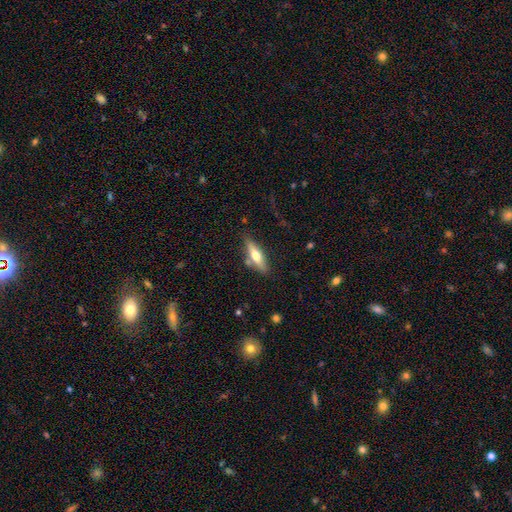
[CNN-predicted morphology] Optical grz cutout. It shows a smooth galaxy with no disk features (49%). Merging: none (77%).